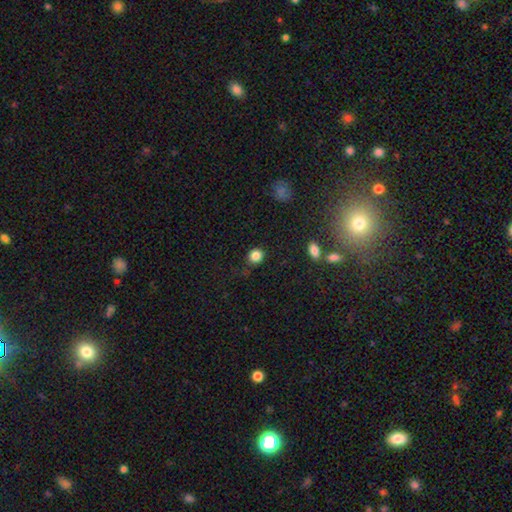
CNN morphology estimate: smooth-or-featured: smooth: 85% | star or artifact: 11% | featured or disk: 4%
  how-rounded: round: 80% | in between: 19% | cigar-shaped: 1%
  merging: none: 80% | minor disturbance: 14% | major disturbance: 4% | merger: 2%